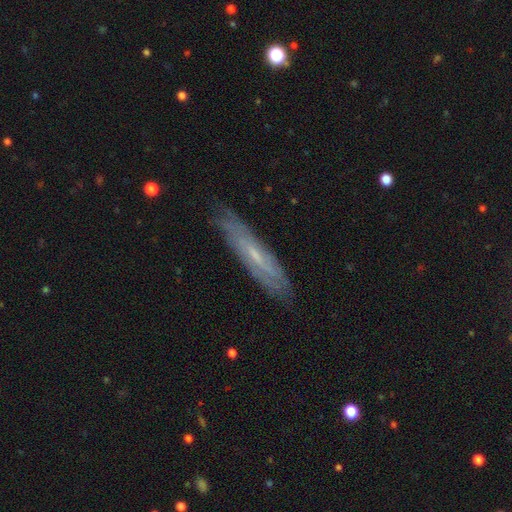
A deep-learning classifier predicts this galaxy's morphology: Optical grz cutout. It shows a featured or disk galaxy (63%) viewed edge-on (52%). Merging: none (81%).